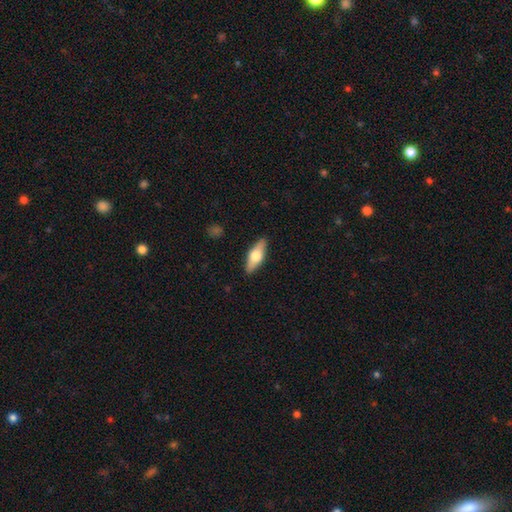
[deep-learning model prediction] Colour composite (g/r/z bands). It shows a smooth galaxy with no disk features (51%) that is in between round and cigar-shaped (66%). Merging: none (89%).